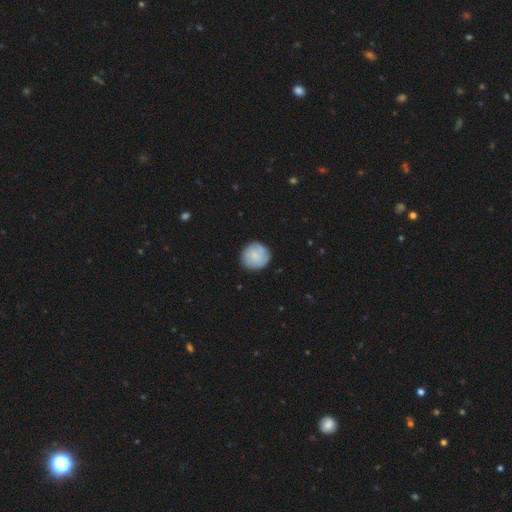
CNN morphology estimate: The model was most divided on "smooth or featured": smooth: 67%, featured or disk: 26%, star or artifact: 6%. More confident: how rounded — round (93%); merging — none (85%).